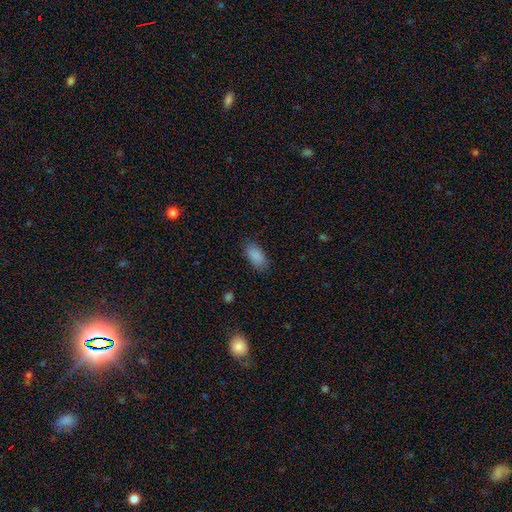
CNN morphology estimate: smooth-or-featured: smooth: 88% | star or artifact: 8% | featured or disk: 4%
  how-rounded: in between: 92% | cigar-shaped: 5% | round: 3%
  merging: none: 83% | minor disturbance: 13% | major disturbance: 3% | merger: 1%